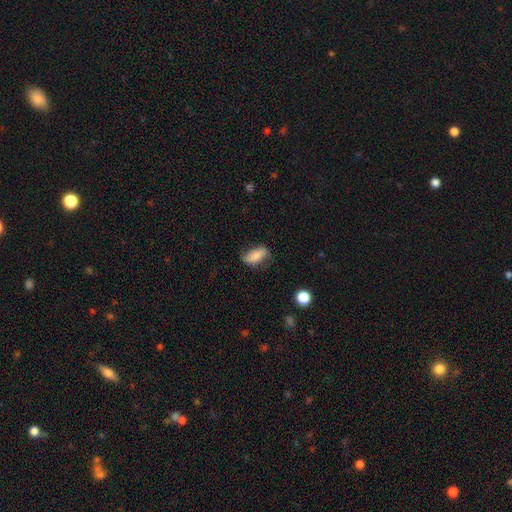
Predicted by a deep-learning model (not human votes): Q: Smooth or featured?
A: smooth (64%); runner-up: featured or disk (28%)
Q: How rounded?
A: in between (85%); runner-up: cigar-shaped (11%)
Q: Merging?
A: none (66%); runner-up: minor disturbance (25%)